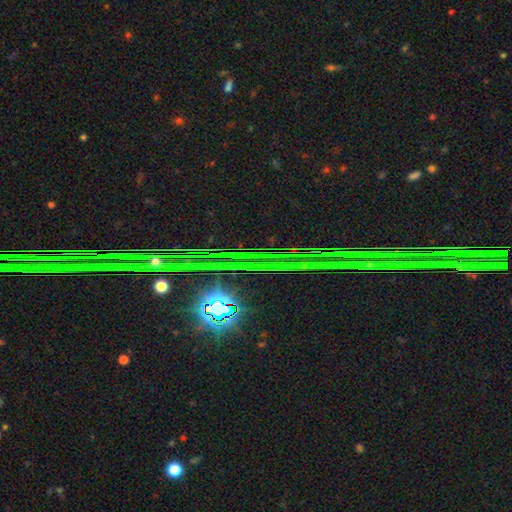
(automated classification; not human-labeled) Smooth or featured? Predicted: star or artifact (p=0.87).